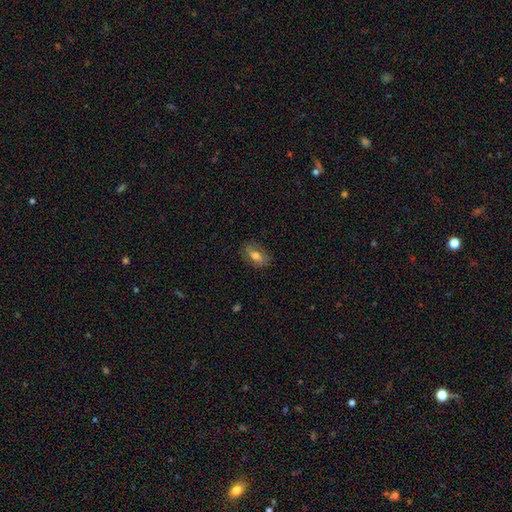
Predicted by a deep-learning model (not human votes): A smooth galaxy with no disk features (68%) that is in between round and cigar-shaped (84%). Merging: none (81%).